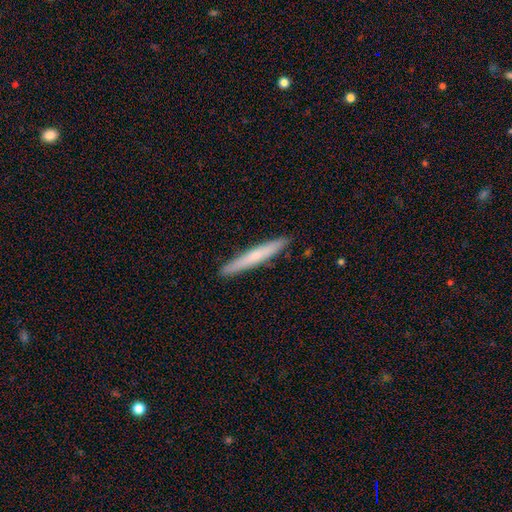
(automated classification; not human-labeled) Smooth or featured?
  - smooth: 54% *
  - featured or disk: 40%
  - star or artifact: 6%
How rounded?
  - cigar-shaped: 96% *
  - in between: 3%
  - round: 1%
Merging?
  - none: 92% *
  - minor disturbance: 6%
  - major disturbance: 1%
  - merger: 1%